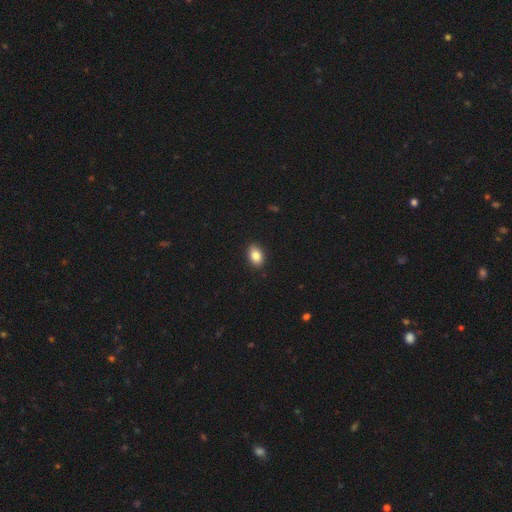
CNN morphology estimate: smooth_or_featured: smooth (p=0.85) [alt: star or artifact p=0.08]
how_rounded: in between (p=0.84) [alt: round p=0.14]
merging: none (p=0.89) [alt: minor disturbance p=0.09]